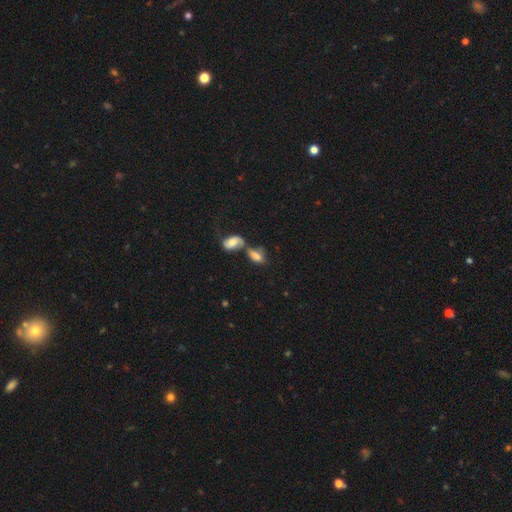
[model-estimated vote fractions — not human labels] Smooth or featured? Predicted: smooth (p=0.70). How rounded? Predicted: in between (p=0.88). Merging? Predicted: merger (p=0.55).